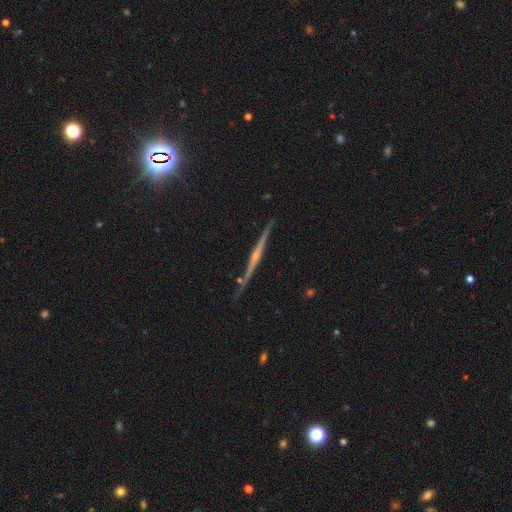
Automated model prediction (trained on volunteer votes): Smooth or featured?
  - featured or disk: 79% *
  - smooth: 13%
  - star or artifact: 8%
Edge-on disk?
  - yes: 98% *
  - no: 2%
Edge-on bulge?
  - rounded: 63% *
  - none: 26%
  - boxy: 11%
Merging?
  - none: 85% *
  - minor disturbance: 10%
  - merger: 2%
  - major disturbance: 2%